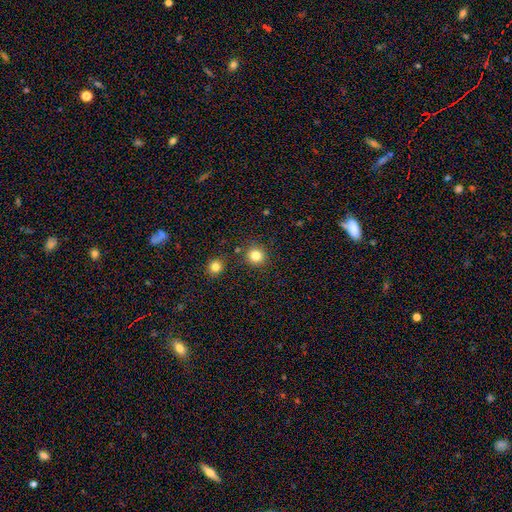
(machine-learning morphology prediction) Smooth or featured? Predicted: smooth (p=0.83). How rounded? Predicted: round (p=0.91). Merging? Predicted: none (p=0.84).